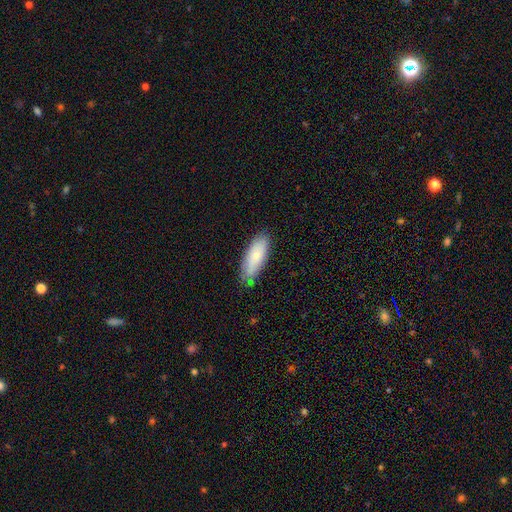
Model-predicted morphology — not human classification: smooth 78%, featured or disk 16%, star or artifact 6%. Down the decision tree: how rounded — in between (72%); merging — none (77%).